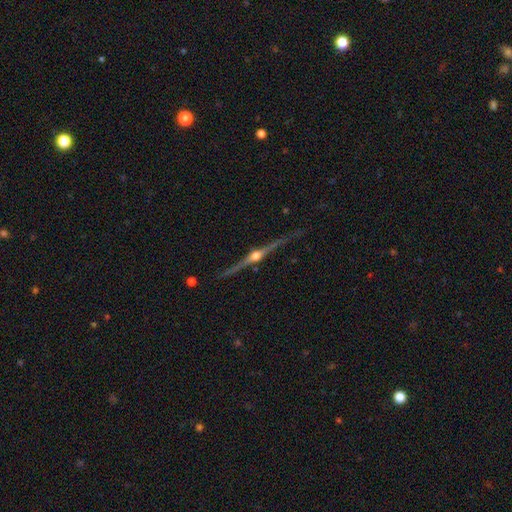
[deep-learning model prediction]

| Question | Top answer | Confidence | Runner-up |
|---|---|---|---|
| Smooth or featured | featured or disk | 89% | smooth (6%) |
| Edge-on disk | yes | 98% | no (2%) |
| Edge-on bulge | rounded | 96% | boxy (2%) |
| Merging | none | 87% | minor disturbance (10%) |